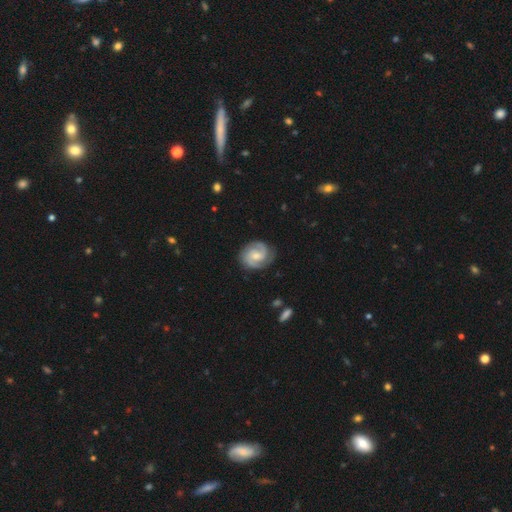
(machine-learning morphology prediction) smooth_or_featured: featured or disk (p=0.85) [alt: smooth p=0.11]
disk_edge_on: no (p=0.98) [alt: yes p=0.02]
bar: no (p=0.51) [alt: weak p=0.41]
has_spiral_arms: yes (p=0.97) [alt: no p=0.03]
spiral_winding: tight (p=0.52) [alt: medium p=0.40]
spiral_arm_count: 2 (p=0.74) [alt: 3 p=0.13]
bulge_size: moderate (p=0.47) [alt: small p=0.46]
merging: none (p=0.82) [alt: minor disturbance p=0.13]